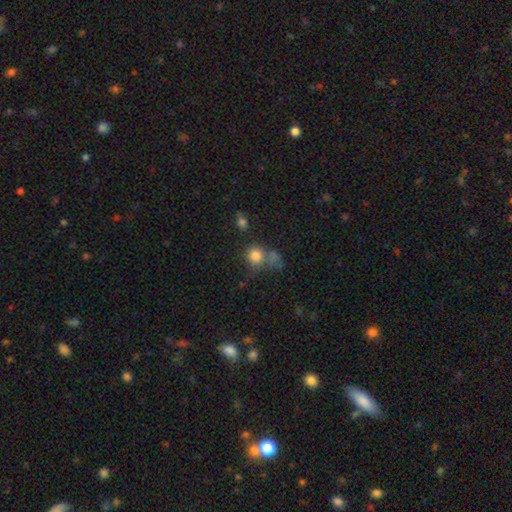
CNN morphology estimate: Smooth or featured? Predicted: smooth (p=0.78). How rounded? Predicted: round (p=0.80). Merging? Predicted: none (p=0.44).